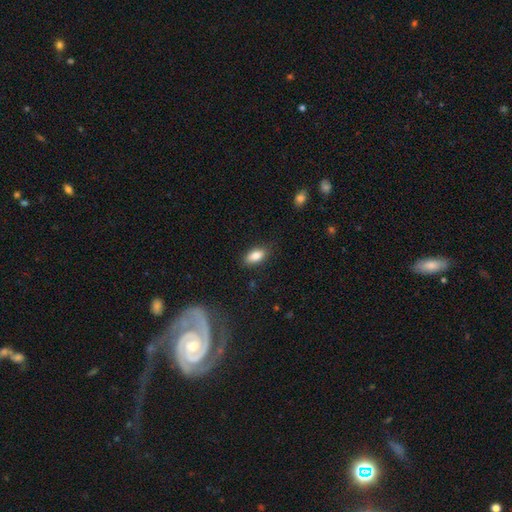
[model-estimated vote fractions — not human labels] smooth_or_featured: smooth (p=0.84) [alt: featured or disk p=0.09]
how_rounded: in between (p=0.88) [alt: cigar-shaped p=0.08]
merging: none (p=0.84) [alt: minor disturbance p=0.12]